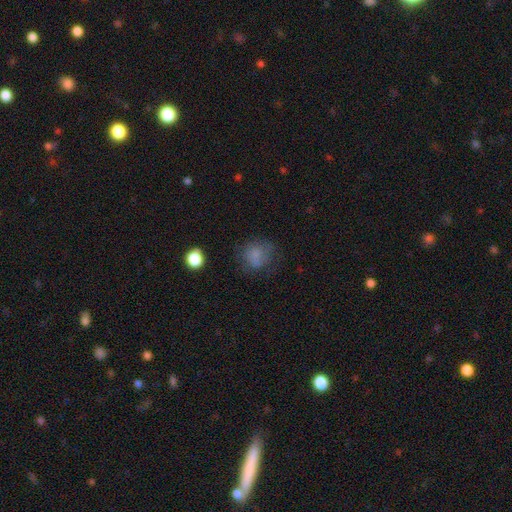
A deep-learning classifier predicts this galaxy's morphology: smooth 74%, featured or disk 13%, star or artifact 13%. Down the decision tree: how rounded — round (75%); merging — none (58%).